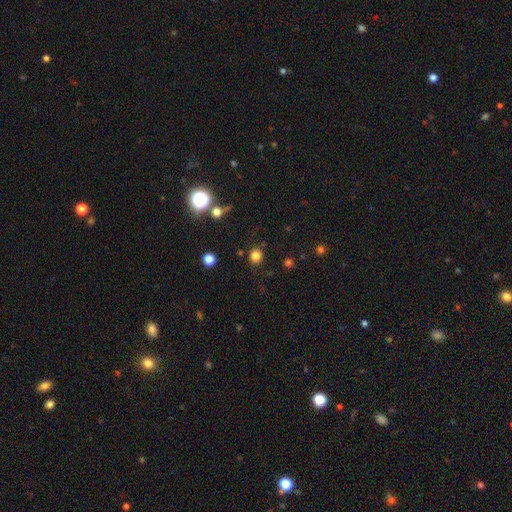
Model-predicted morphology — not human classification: This is clearly a smooth galaxy (80%). How rounded: clearly round (86%). Merging: clearly none (86%).